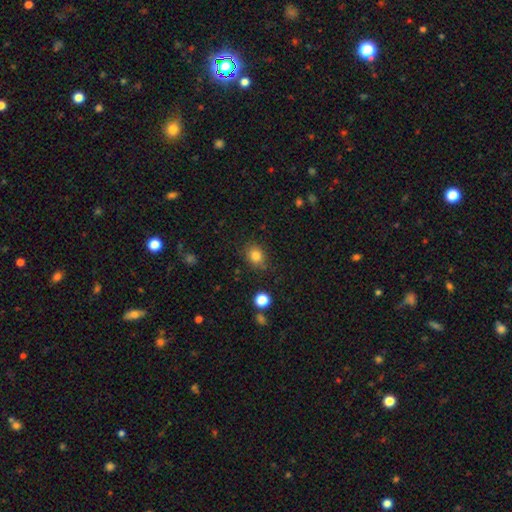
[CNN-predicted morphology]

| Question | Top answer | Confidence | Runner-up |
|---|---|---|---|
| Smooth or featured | smooth | 83% | star or artifact (11%) |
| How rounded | round | 57% | in between (42%) |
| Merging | none | 76% | minor disturbance (17%) |